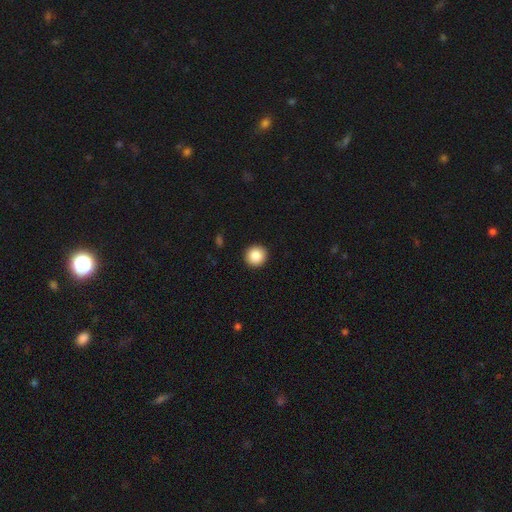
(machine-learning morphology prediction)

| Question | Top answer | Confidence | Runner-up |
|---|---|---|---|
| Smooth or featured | smooth | 87% | star or artifact (8%) |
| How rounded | round | 95% | in between (4%) |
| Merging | none | 93% | minor disturbance (5%) |